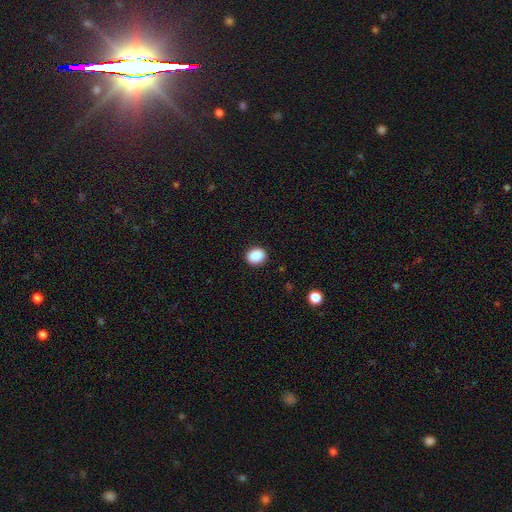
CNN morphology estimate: smooth_or_featured: smooth (p=0.89) [alt: star or artifact p=0.08]
how_rounded: round (p=0.52) [alt: in between p=0.47]
merging: none (p=0.90) [alt: minor disturbance p=0.07]